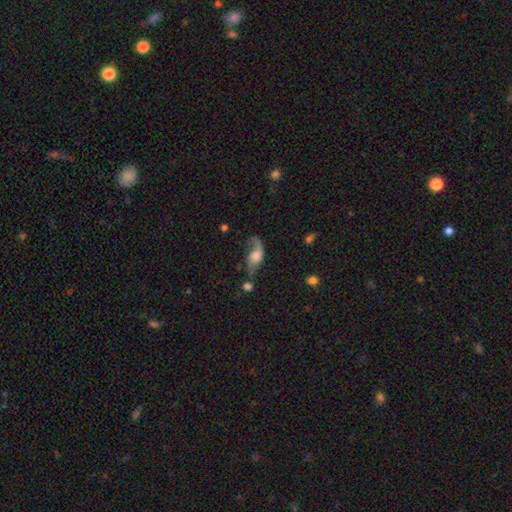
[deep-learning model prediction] featured or disk 65%, smooth 26%, star or artifact 9%. Down the decision tree: edge-on disk — no (88%); bar — no (65%); spiral arms — yes (87%); bulge size — large (36%); merging — none (43%).